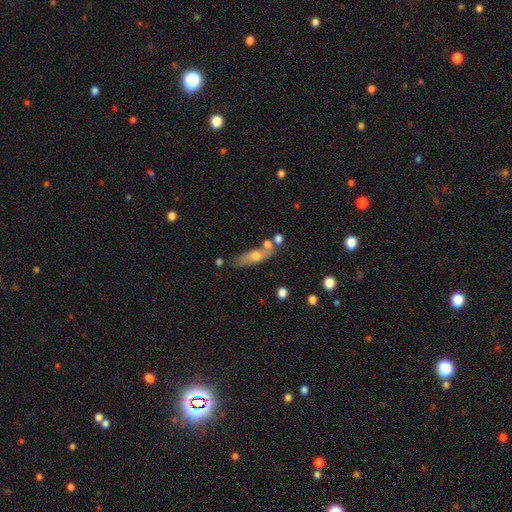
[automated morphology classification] The model was most divided on "smooth or featured": smooth: 53%, featured or disk: 39%, star or artifact: 8%. More confident: how rounded — cigar-shaped (63%); merging — none (61%).